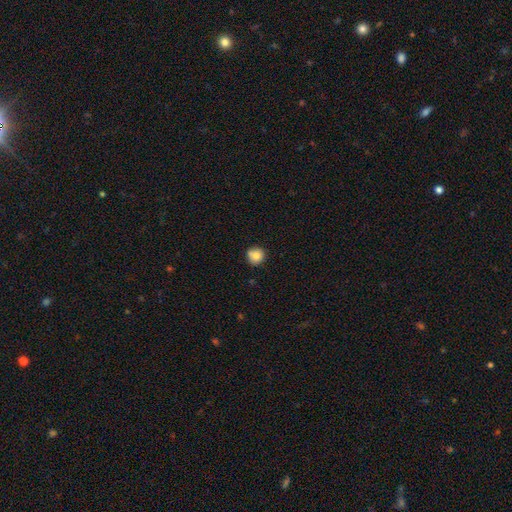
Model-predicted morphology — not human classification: Smooth or featured? smooth (79%)
How rounded? round (92%)
Merging? none (74%)